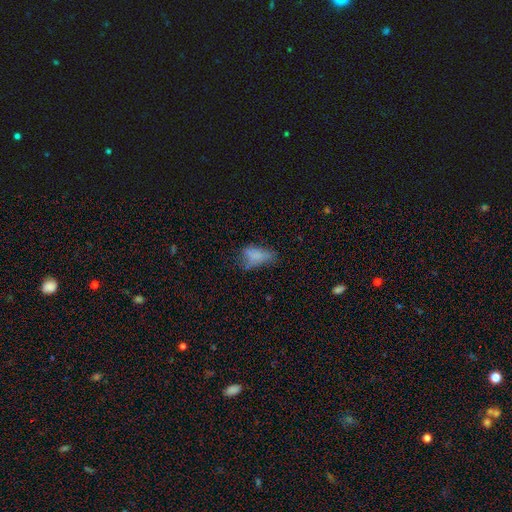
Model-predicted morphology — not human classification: Overall: smooth (66%). How rounded: in between (87%). Merging: none (35%; minor disturbance 31%).